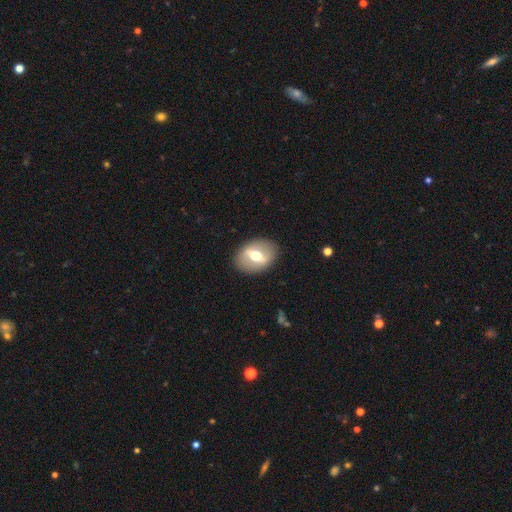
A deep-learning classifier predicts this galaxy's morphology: Smooth or featured?
  - featured or disk: 54% *
  - smooth: 39%
  - star or artifact: 7%
Edge-on disk?
  - no: 80% *
  - yes: 20%
Merging?
  - none: 87% *
  - minor disturbance: 9%
  - major disturbance: 4%
  - merger: 1%